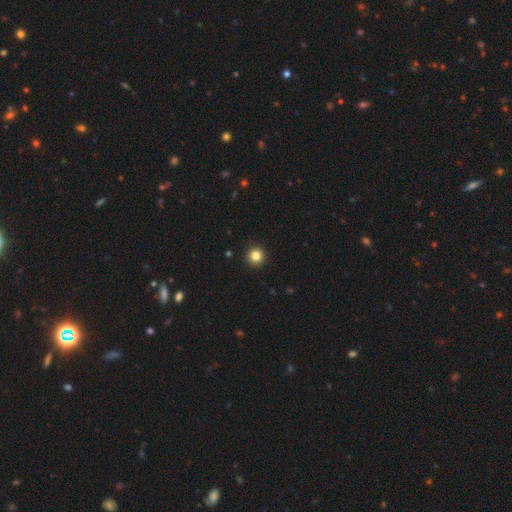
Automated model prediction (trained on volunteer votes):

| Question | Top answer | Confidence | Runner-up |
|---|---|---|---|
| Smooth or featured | smooth | 83% | star or artifact (12%) |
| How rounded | round | 96% | in between (3%) |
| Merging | none | 93% | minor disturbance (4%) |